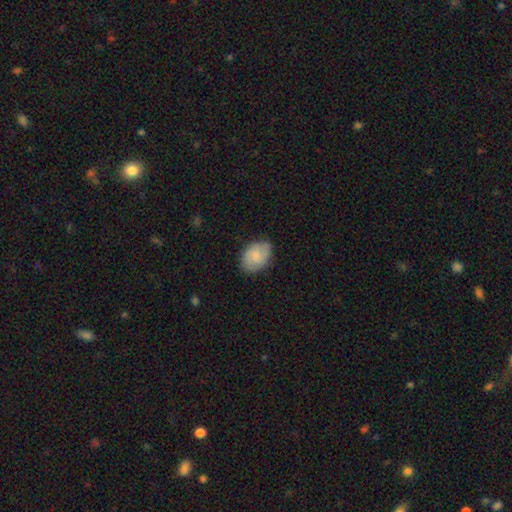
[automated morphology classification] smooth_or_featured: smooth (p=0.72) [alt: featured or disk p=0.22]
how_rounded: in between (p=0.83) [alt: round p=0.16]
merging: none (p=0.76) [alt: minor disturbance p=0.19]